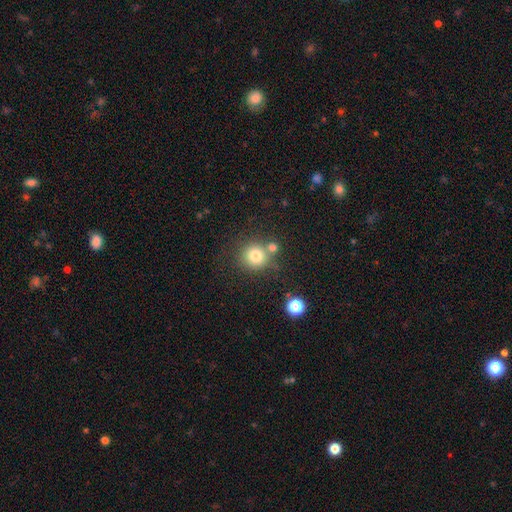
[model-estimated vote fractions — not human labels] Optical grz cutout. It shows a smooth galaxy with no disk features (78%) that is round (91%). Merging: none (66%).